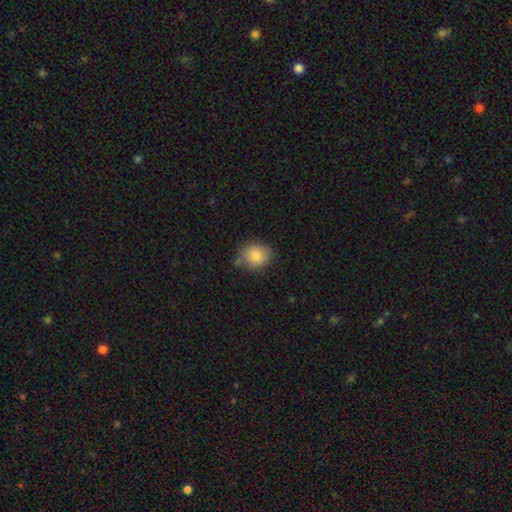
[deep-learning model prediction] Smooth or featured: smooth — 86% (star or artifact — 8%)
How rounded: round — 69% (in between — 30%)
Merging: none — 72% (minor disturbance — 20%)